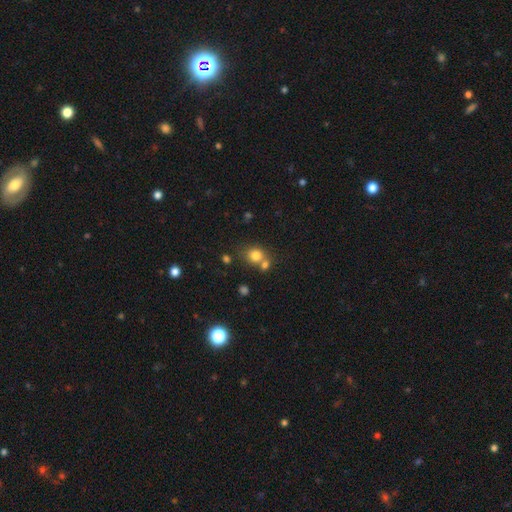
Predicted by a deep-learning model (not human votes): Smooth or featured?
  - smooth: 78% *
  - star or artifact: 13%
  - featured or disk: 9%
How rounded?
  - round: 76% *
  - in between: 23%
  - cigar-shaped: 1%
Merging?
  - none: 51% *
  - merger: 35%
  - minor disturbance: 10%
  - major disturbance: 4%